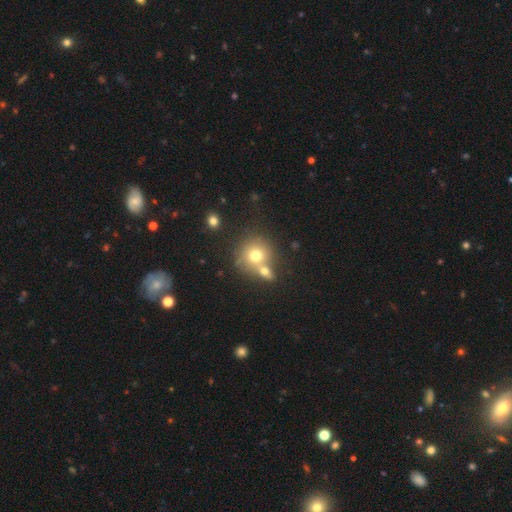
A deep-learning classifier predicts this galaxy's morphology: A smooth galaxy with no disk features (70%) that is round (86%). Merging: none (46%).